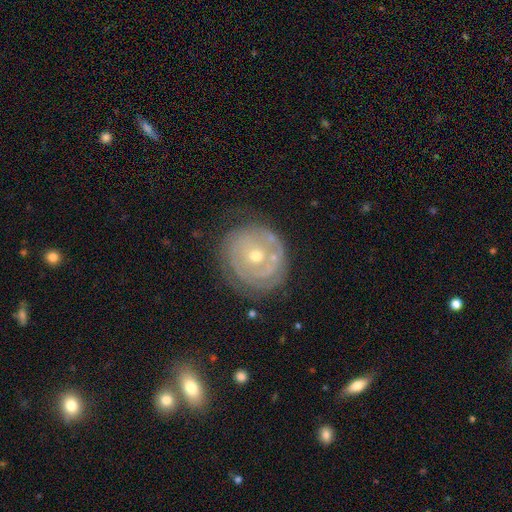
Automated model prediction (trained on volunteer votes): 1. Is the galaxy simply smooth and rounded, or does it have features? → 77% featured or disk, 16% smooth, 6% star or artifact.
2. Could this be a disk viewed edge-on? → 97% no, 3% yes.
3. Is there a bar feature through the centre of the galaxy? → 80% no, 15% weak, 5% strong.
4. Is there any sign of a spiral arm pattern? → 76% yes, 24% no.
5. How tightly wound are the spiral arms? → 78% tight, 16% medium, 6% loose.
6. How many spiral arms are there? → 42% can't tell, 28% 2, 13% 3, 8% 1, 5% 4, 4% more than 4.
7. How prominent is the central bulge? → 49% small, 47% moderate, 2% large, 1% none, 1% dominant.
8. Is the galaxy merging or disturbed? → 70% none, 19% minor disturbance, 8% major disturbance, 3% merger.